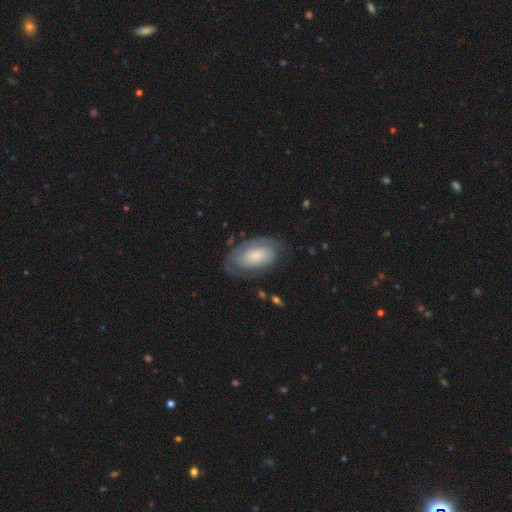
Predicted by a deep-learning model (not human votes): A smooth galaxy with no disk features (51%) that is in between round and cigar-shaped (94%).

Vote fractions:
- Smooth or featured? smooth: 51% / featured or disk: 43% / star or artifact: 6%
- How rounded? in between: 94% / round: 4% / cigar-shaped: 2%
- Merging? none: 65% / minor disturbance: 23% / major disturbance: 11% / merger: 2%